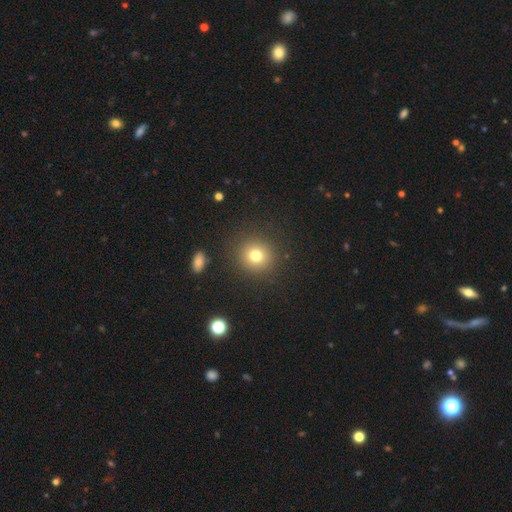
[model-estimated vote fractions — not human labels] Smooth or featured? smooth (77%)
How rounded? round (91%)
Merging? none (88%)